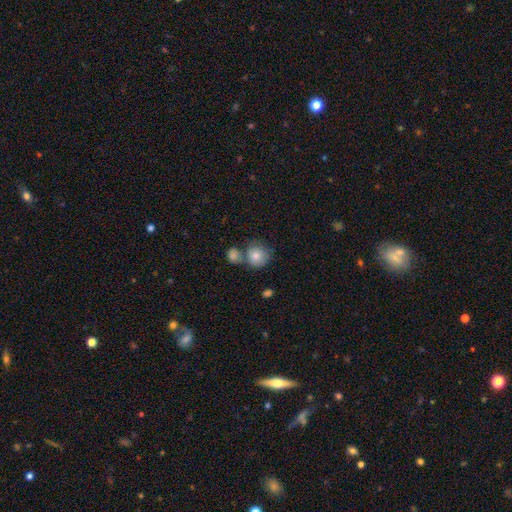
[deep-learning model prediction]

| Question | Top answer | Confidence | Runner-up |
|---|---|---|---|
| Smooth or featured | smooth | 79% | featured or disk (12%) |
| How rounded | round | 87% | in between (12%) |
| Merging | none | 51% | merger (33%) |